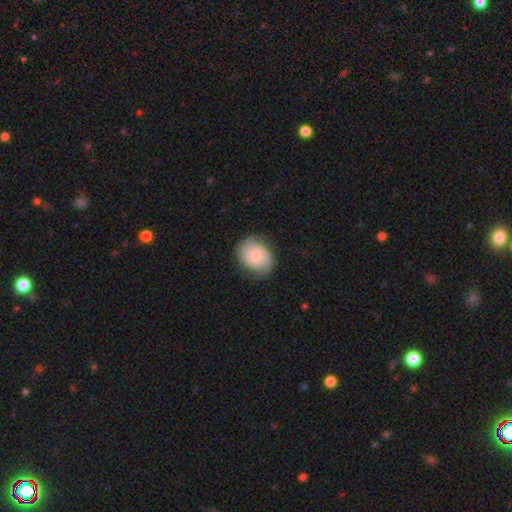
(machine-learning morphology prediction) A featured or disk galaxy (64%) with a weak bar (49%), 2 (80%) tight (43%, tied with medium) spiral arms (94%) and a small central bulge (55%).

Vote fractions:
- Smooth or featured? featured or disk: 64% / smooth: 30% / star or artifact: 7%
- Edge-on disk? no: 98% / yes: 2%
- Bar? weak: 49% / no: 43% / strong: 8%
- Spiral arms? yes: 94% / no: 6%
- Spiral winding? tight: 43% (tied) / medium: 43% (tied) / loose: 14%
- Spiral arm count? 2: 80% / can't tell: 11% / 3: 4% / 1: 3% / 4: 1% / more than 4: 1%
- Bulge size? small: 55% / moderate: 25% / none: 16% / large: 3% / dominant: 1%
- Merging? none: 76% / minor disturbance: 17% / major disturbance: 6% / merger: 1%